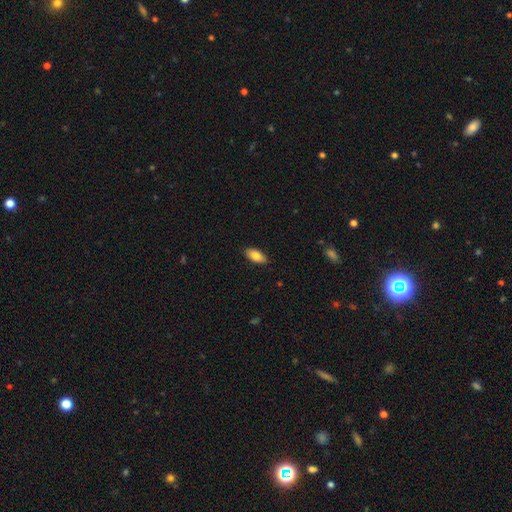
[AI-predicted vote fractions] smooth 83%, featured or disk 10%, star or artifact 7%. Down the decision tree: how rounded — in between (89%); merging — none (87%).